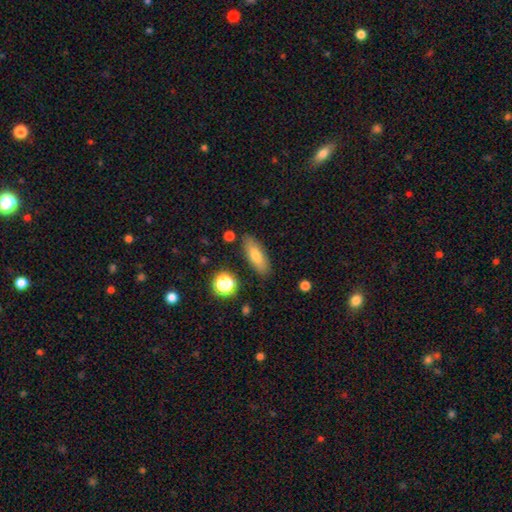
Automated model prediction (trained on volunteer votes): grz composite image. It shows a smooth galaxy with no disk features (72%) that is in between round and cigar-shaped (62%). Merging: none (85%).